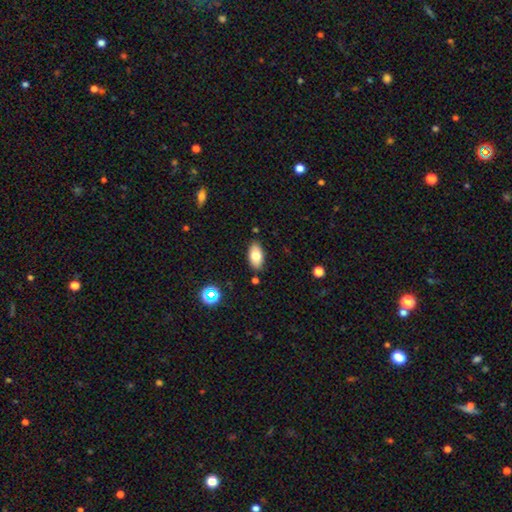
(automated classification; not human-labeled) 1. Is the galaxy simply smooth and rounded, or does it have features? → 77% smooth, 15% featured or disk, 8% star or artifact.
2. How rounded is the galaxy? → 92% in between, 4% round, 4% cigar-shaped.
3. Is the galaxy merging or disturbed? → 85% none, 10% minor disturbance, 2% merger, 2% major disturbance.